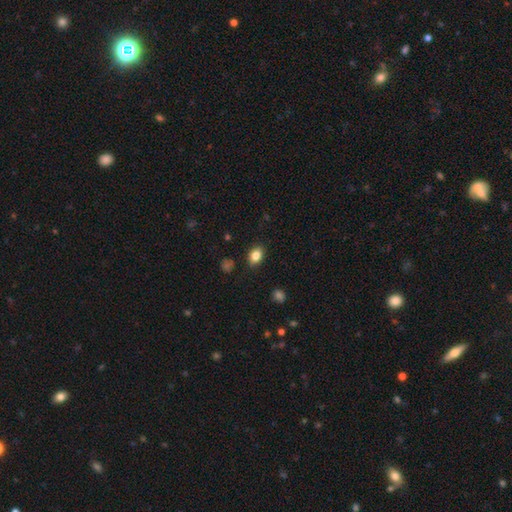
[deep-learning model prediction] A smooth galaxy with no disk features (83%) that is in between round and cigar-shaped (76%).

Vote fractions:
- Smooth or featured? smooth: 83% / star or artifact: 9% / featured or disk: 7%
- How rounded? in between: 76% / round: 22% / cigar-shaped: 2%
- Merging? none: 86% / minor disturbance: 10% / major disturbance: 2% / merger: 1%